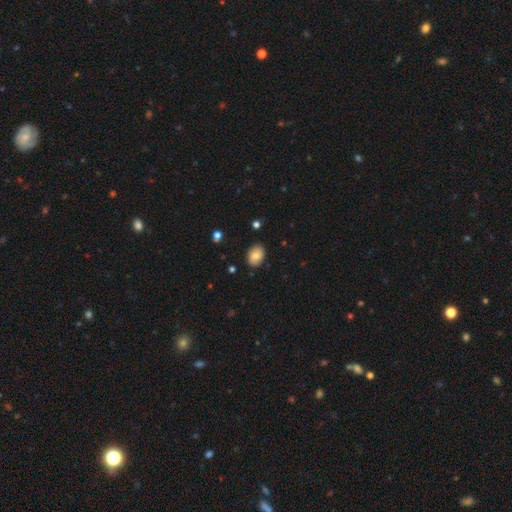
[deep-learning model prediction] A smooth galaxy with no disk features (82%) that is in between round and cigar-shaped (79%). Merging: none (86%).